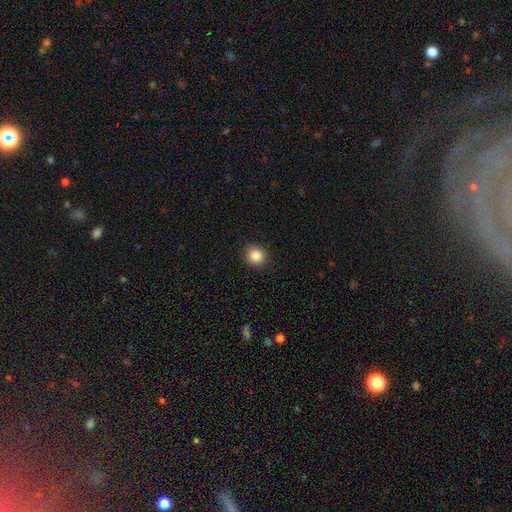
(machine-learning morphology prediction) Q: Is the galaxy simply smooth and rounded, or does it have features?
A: smooth — 86%.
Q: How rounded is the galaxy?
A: round — 89%.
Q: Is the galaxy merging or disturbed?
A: none — 91%.